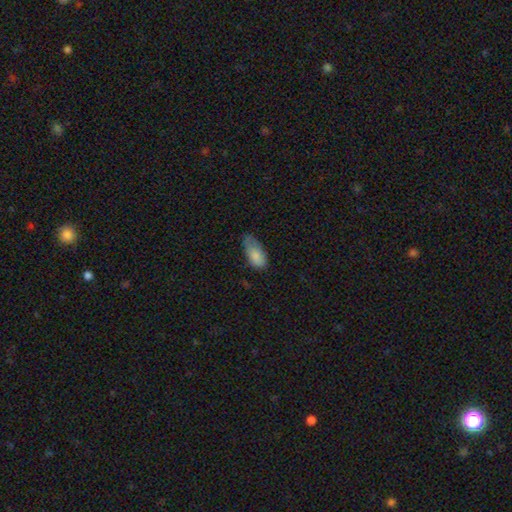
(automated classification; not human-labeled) Overall: smooth (83%). How rounded: in between (90%). Merging: minor disturbance (44%; none 40%).